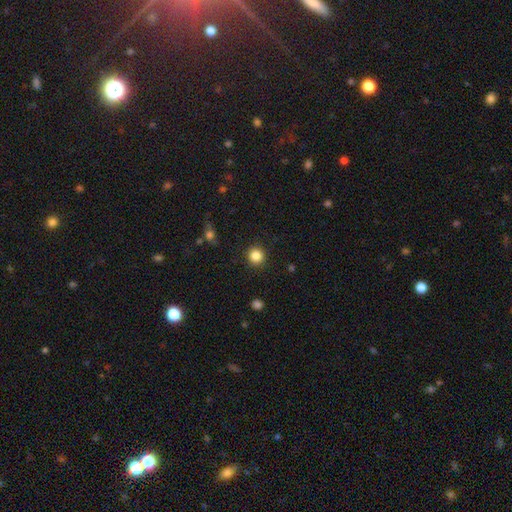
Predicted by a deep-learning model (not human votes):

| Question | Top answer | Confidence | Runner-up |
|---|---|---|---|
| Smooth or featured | smooth | 85% | star or artifact (11%) |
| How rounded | round | 93% | in between (6%) |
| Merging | none | 91% | minor disturbance (6%) |